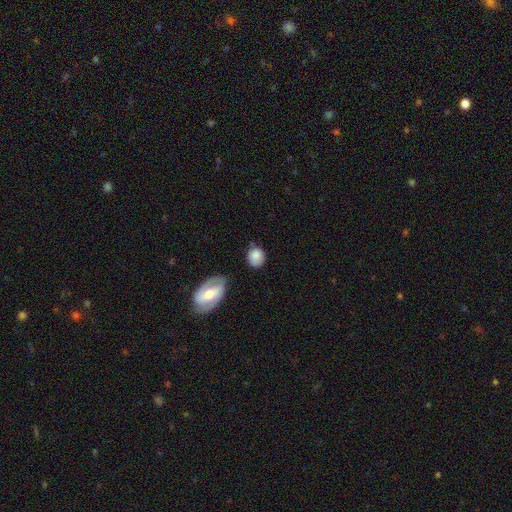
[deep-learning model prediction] This is clearly a smooth galaxy (81%). How rounded: likely round (64%). Merging: likely none (61%).